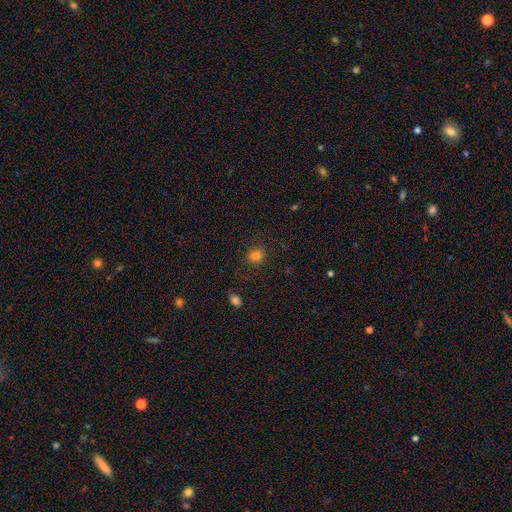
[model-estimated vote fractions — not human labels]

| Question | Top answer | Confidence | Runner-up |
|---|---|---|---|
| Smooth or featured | smooth | 80% | star or artifact (15%) |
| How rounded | round | 61% | in between (38%) |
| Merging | none | 79% | minor disturbance (13%) |